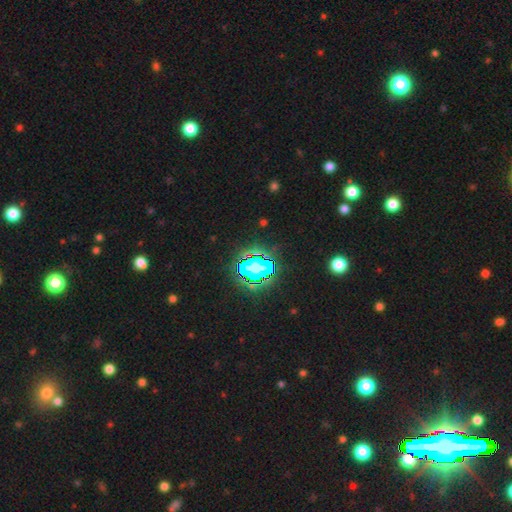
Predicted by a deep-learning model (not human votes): Smooth or featured? star or artifact (63%)